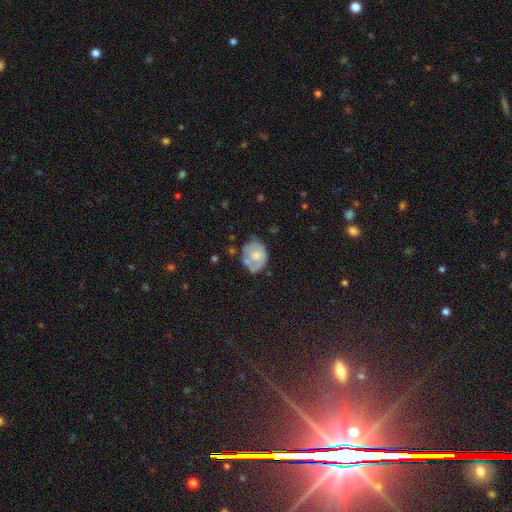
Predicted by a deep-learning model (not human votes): smooth 51%, featured or disk 42%, star or artifact 8%. Down the decision tree: how rounded — in between (59%); merging — none (46%).